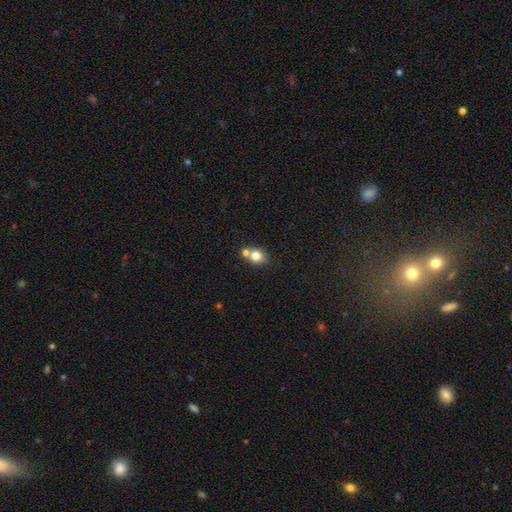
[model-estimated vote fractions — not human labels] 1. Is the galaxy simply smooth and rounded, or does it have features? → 78% smooth, 11% featured or disk, 10% star or artifact.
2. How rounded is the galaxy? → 65% round, 34% in between, 1% cigar-shaped.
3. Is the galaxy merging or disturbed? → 46% none, 42% merger, 8% minor disturbance, 3% major disturbance.